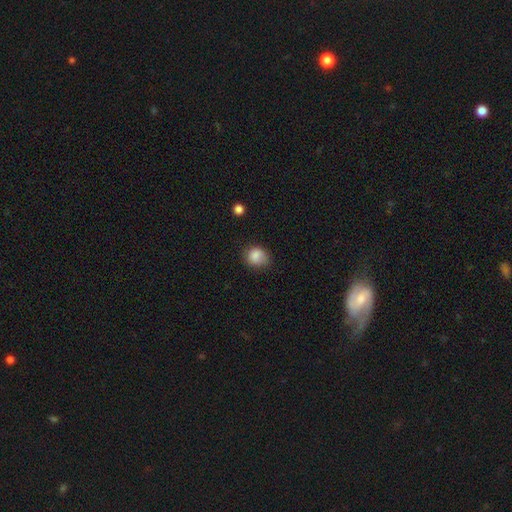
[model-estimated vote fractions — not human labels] This is clearly a smooth galaxy (85%). How rounded: likely round (64%). Merging: likely none (65%).